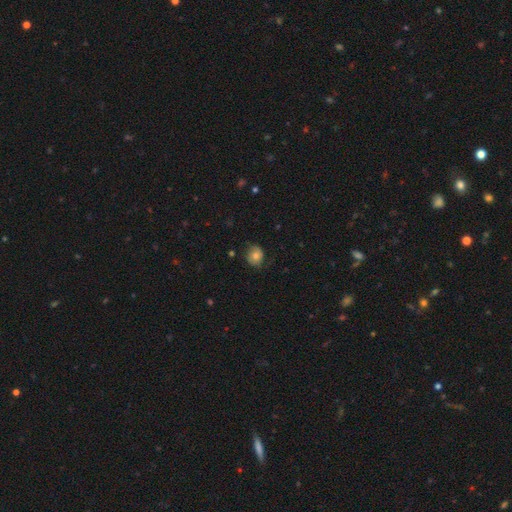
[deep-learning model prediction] Q: Smooth or featured?
A: smooth (62%); runner-up: featured or disk (28%)
Q: How rounded?
A: round (73%); runner-up: in between (27%)
Q: Merging?
A: none (68%); runner-up: minor disturbance (23%)